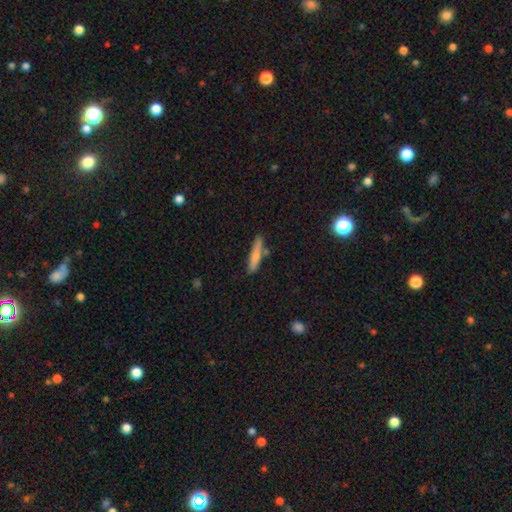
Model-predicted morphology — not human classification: smooth 72%, featured or disk 22%, star or artifact 6%. Down the decision tree: how rounded — cigar-shaped (88%); merging — none (74%).